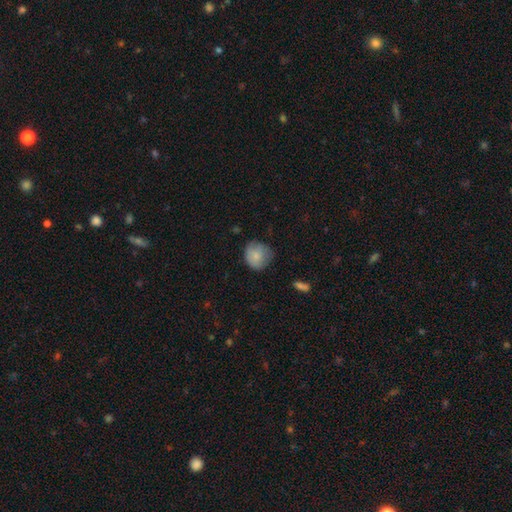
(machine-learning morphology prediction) The model was most divided on "merging": none: 65%, minor disturbance: 27%, major disturbance: 7%, merger: 1%. More confident: how rounded — round (84%); smooth or featured — smooth (80%).